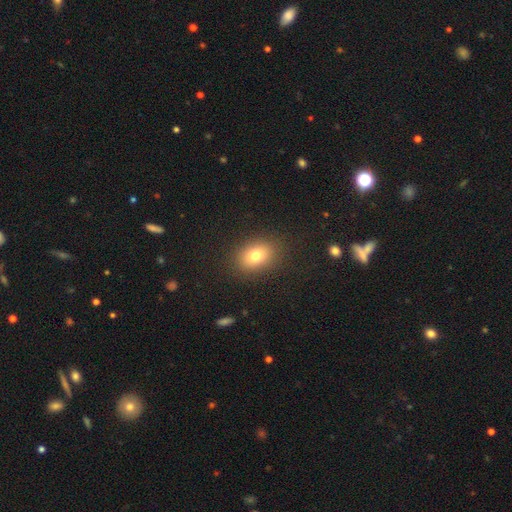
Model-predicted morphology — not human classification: smooth-or-featured: smooth: 77% | star or artifact: 12% | featured or disk: 11%
  how-rounded: in between: 67% | round: 32% | cigar-shaped: 1%
  merging: none: 87% | minor disturbance: 8% | major disturbance: 4% | merger: 1%